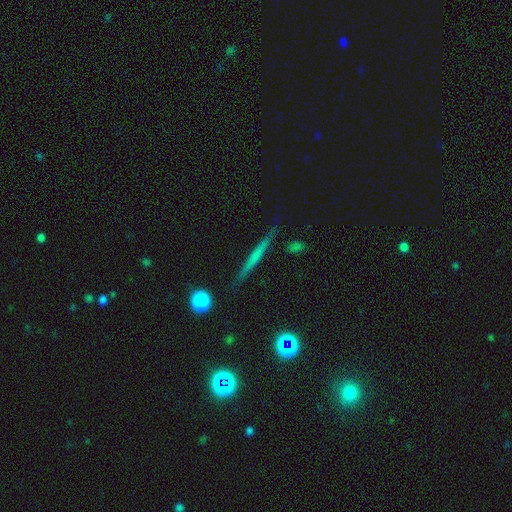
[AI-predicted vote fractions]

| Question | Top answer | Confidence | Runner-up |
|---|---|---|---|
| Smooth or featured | featured or disk | 54% | smooth (35%) |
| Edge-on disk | yes | 96% | no (4%) |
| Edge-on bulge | none | 75% | rounded (16%) |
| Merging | none | 88% | minor disturbance (9%) |